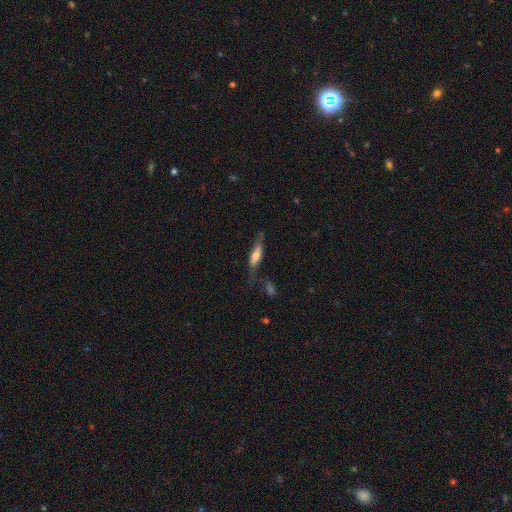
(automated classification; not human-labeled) A smooth galaxy with no disk features (53%) that is cigar-shaped (54%). Merging: none (49%).